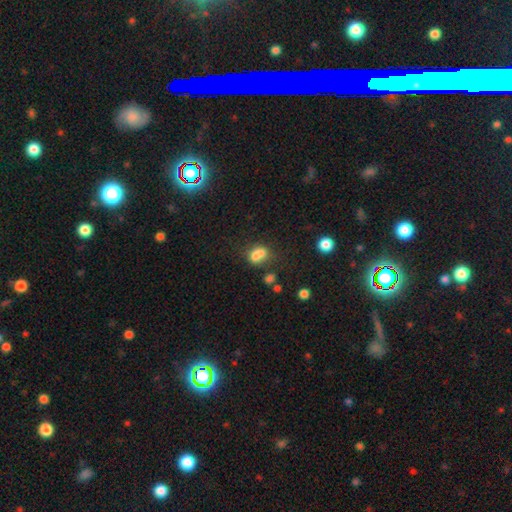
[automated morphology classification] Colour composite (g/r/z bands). It shows a smooth galaxy with no disk features (72%) that is in between round and cigar-shaped (54%). Merging: merger (53%).